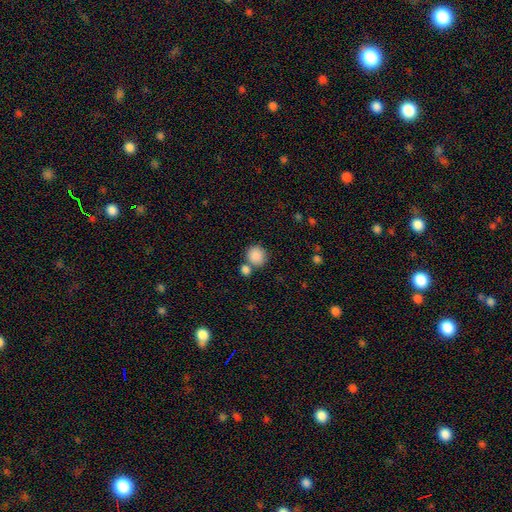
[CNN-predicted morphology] Smooth or featured? smooth (87%)
How rounded? round (84%)
Merging? none (62%)